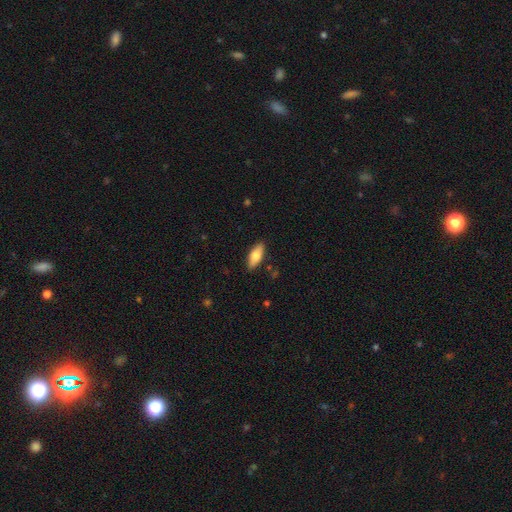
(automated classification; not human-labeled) smooth-or-featured: smooth: 74% | featured or disk: 20% | star or artifact: 6%
  how-rounded: in between: 75% | cigar-shaped: 23% | round: 2%
  merging: none: 87% | minor disturbance: 10% | major disturbance: 2% | merger: 1%